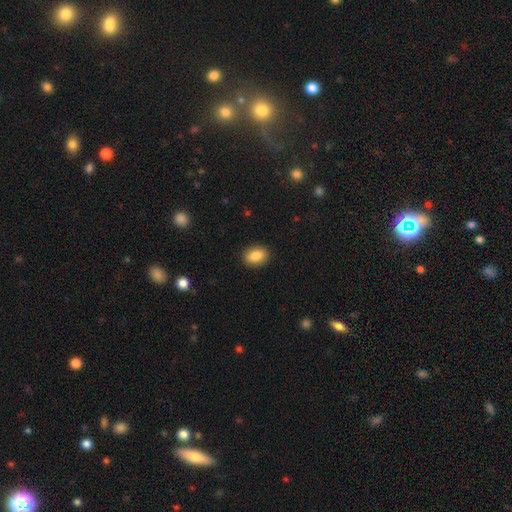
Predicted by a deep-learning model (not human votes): Smooth or featured? smooth (87%)
How rounded? in between (78%)
Merging? none (89%)